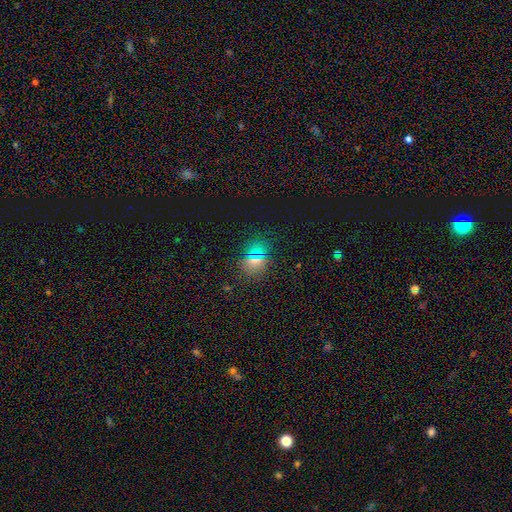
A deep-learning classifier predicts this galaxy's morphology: type=smooth (61%); roundness=round (58%); merging=none (82%).